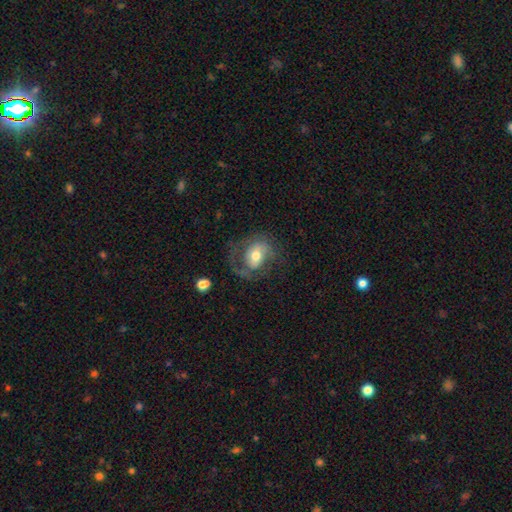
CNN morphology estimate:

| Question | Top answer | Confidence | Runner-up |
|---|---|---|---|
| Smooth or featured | featured or disk | 60% | smooth (33%) |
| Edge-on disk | no | 96% | yes (4%) |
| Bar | no | 44% | weak (38%) |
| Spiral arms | yes | 73% | no (27%) |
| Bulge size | moderate | 71% | large (15%) |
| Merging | none | 49% | major disturbance (27%) |